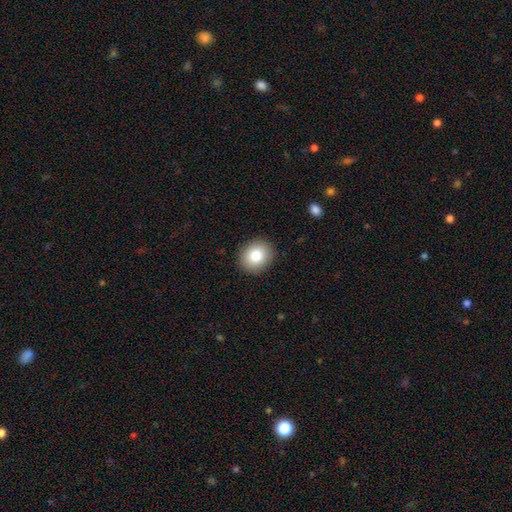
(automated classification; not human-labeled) A smooth galaxy with no disk features (83%) that is round (72%).

Vote fractions:
- Smooth or featured? smooth: 83% / featured or disk: 9% / star or artifact: 9%
- How rounded? round: 72% / in between: 27% / cigar-shaped: 1%
- Merging? none: 90% / minor disturbance: 7% / major disturbance: 2% / merger: 1%